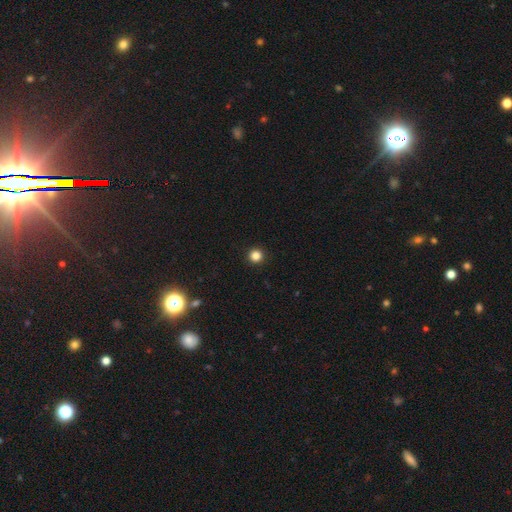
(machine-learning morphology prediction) smooth-or-featured: smooth: 84% | star or artifact: 12% | featured or disk: 4%
  how-rounded: round: 96% | in between: 3% | cigar-shaped: 1%
  merging: none: 94% | minor disturbance: 4% | major disturbance: 1% | merger: 1%